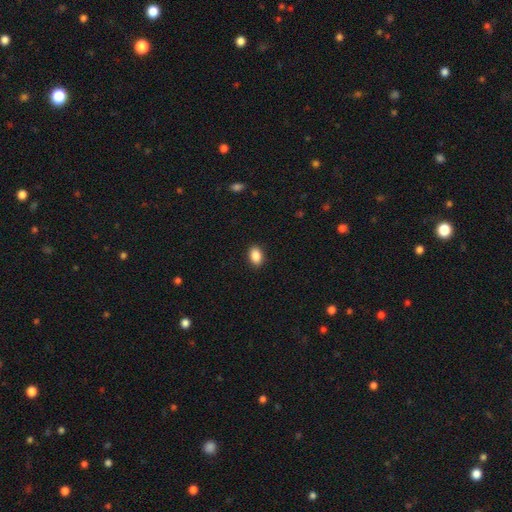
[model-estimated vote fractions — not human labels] This is clearly a smooth galaxy (88%). How rounded: clearly in between (84%). Merging: clearly none (90%).